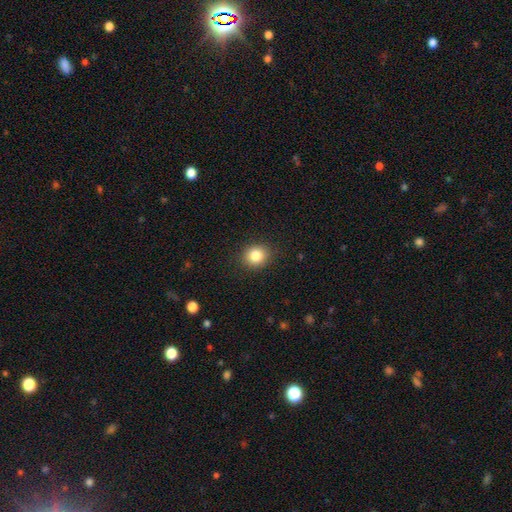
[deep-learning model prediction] Smooth or featured: smooth — 84% (star or artifact — 10%)
How rounded: round — 76% (in between — 24%)
Merging: none — 89% (minor disturbance — 7%)